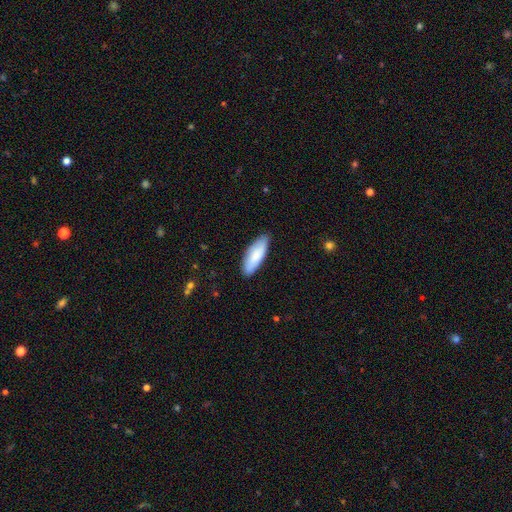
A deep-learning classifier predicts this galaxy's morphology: The model was most divided on "how rounded": in between: 62%, cigar-shaped: 37%, round: 2%. More confident: merging — none (84%); smooth or featured — smooth (82%).